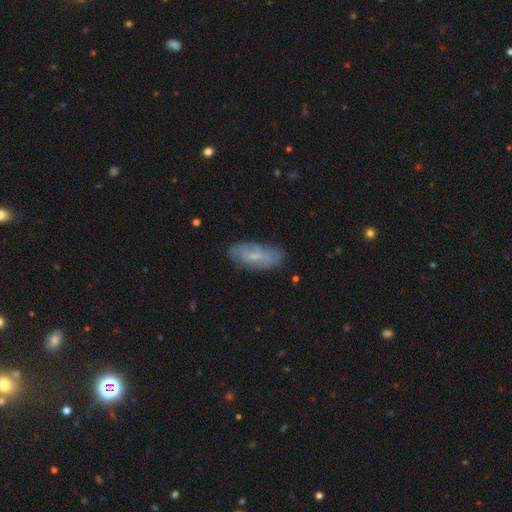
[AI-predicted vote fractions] Smooth or featured? smooth (54%)
How rounded? in between (79%)
Merging? none (75%)